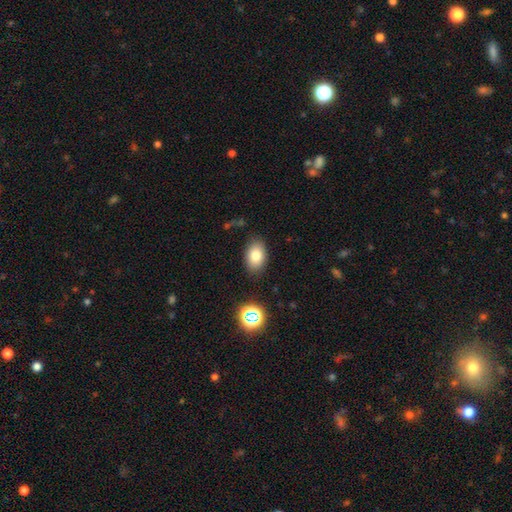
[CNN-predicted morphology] Smooth or featured: smooth — 80% (star or artifact — 11%)
How rounded: in between — 85% (round — 14%)
Merging: none — 84% (minor disturbance — 11%)